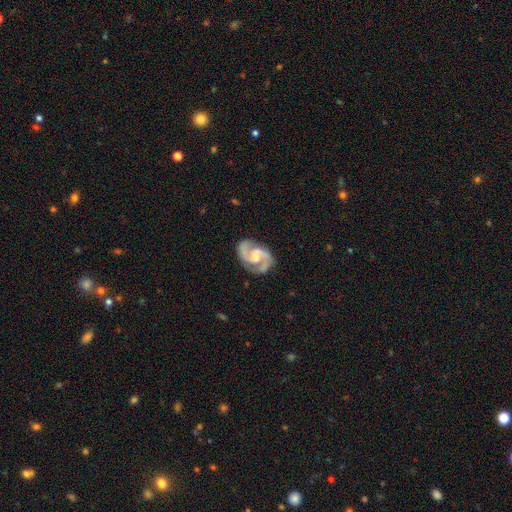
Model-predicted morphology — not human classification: Smooth or featured? featured or disk (92%)
Edge-on disk? no (98%)
Bar? weak (50%)
Spiral arms? yes (98%)
Spiral winding? medium (64%)
Spiral arm count? 2 (92%)
Bulge size? moderate (49%)
Merging? none (80%)